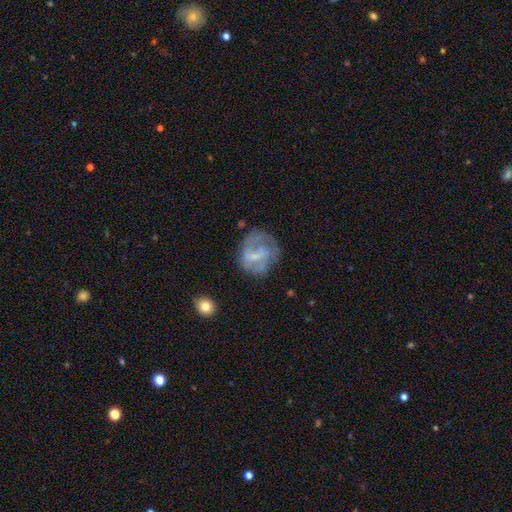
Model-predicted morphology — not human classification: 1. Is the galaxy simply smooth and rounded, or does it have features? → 62% featured or disk, 30% smooth, 8% star or artifact.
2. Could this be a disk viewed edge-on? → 97% no, 3% yes.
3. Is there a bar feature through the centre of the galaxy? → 50% weak, 31% no, 19% strong.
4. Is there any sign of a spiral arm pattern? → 65% yes, 35% no.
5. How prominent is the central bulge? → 44% small, 29% none, 23% moderate, 2% large, 1% dominant.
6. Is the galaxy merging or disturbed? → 54% none, 23% minor disturbance, 21% major disturbance, 2% merger.